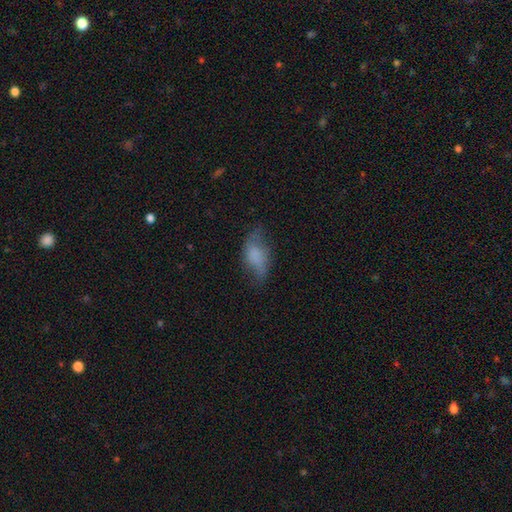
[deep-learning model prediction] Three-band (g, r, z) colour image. It shows a smooth galaxy with no disk features (59%) that is in between round and cigar-shaped (89%). Merging: none (47%).